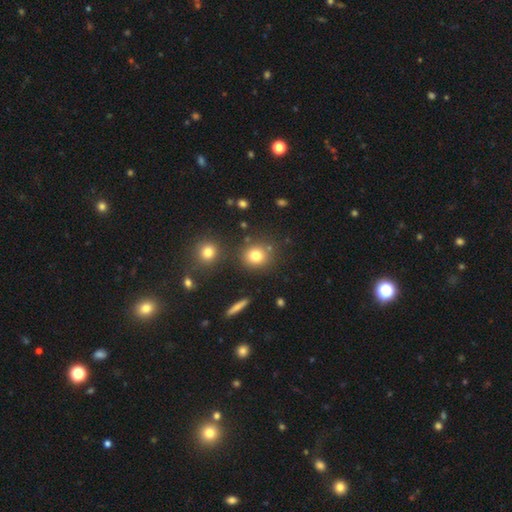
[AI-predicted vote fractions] This appears to be a smooth galaxy with no disk features (78%) that is round (86%). Merging: none (81%).